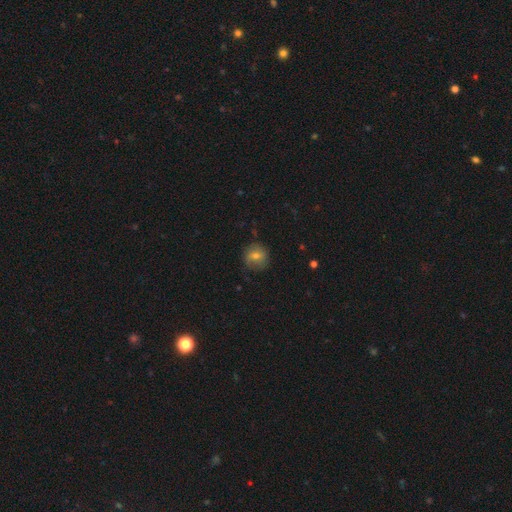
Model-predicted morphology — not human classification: A smooth galaxy with no disk features (61%) that is round (85%).

Vote fractions:
- Smooth or featured? smooth: 61% / featured or disk: 26% / star or artifact: 13%
- How rounded? round: 85% / in between: 14% / cigar-shaped: 1%
- Merging? none: 75% / minor disturbance: 18% / major disturbance: 5% / merger: 1%